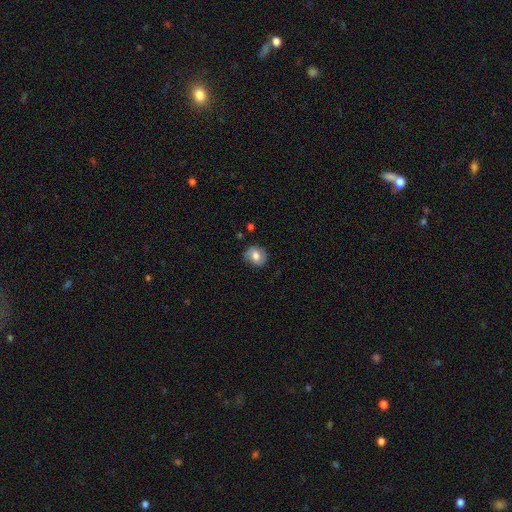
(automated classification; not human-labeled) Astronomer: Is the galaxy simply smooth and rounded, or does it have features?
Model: smooth — 59%.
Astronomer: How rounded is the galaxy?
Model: round — 66%.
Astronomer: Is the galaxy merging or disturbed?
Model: none — 76%.